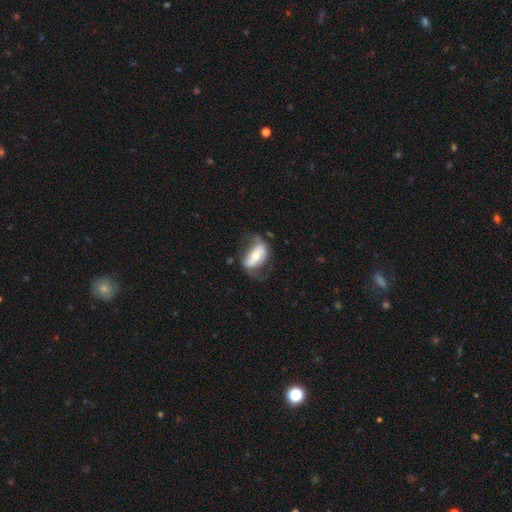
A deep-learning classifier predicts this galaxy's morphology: featured or disk 55%, smooth 39%, star or artifact 6%. Down the decision tree: edge-on disk — no (85%); merging — none (50%).